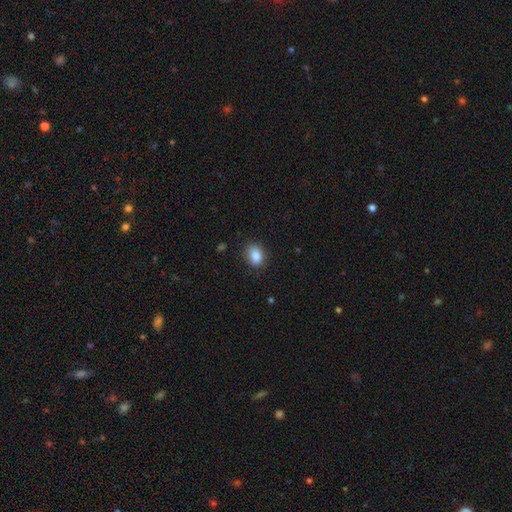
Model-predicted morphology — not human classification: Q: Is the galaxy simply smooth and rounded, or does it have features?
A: smooth — 87%.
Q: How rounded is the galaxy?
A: in between — 77%.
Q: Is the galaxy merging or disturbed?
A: none — 81%.